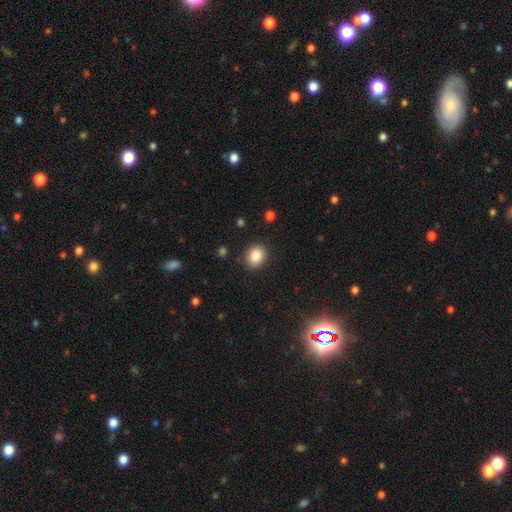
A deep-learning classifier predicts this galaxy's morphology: The model was most divided on "how rounded": round: 59%, in between: 40%, cigar-shaped: 1%. More confident: merging — none (87%); smooth or featured — smooth (86%).